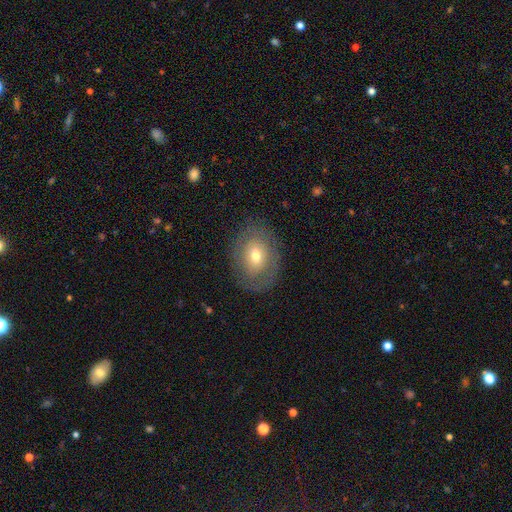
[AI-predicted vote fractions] Smooth or featured?
  - smooth: 53% *
  - featured or disk: 38%
  - star or artifact: 9%
How rounded?
  - in between: 64% *
  - round: 34%
  - cigar-shaped: 1%
Merging?
  - none: 80% *
  - minor disturbance: 13%
  - major disturbance: 6%
  - merger: 1%